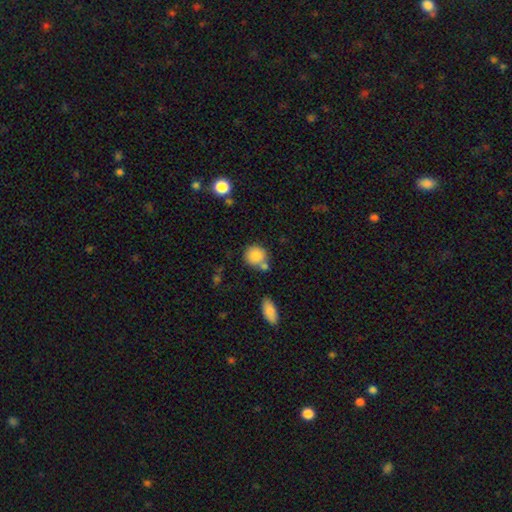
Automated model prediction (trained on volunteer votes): smooth_or_featured: smooth (p=0.84) [alt: star or artifact p=0.09]
how_rounded: round (p=0.86) [alt: in between p=0.13]
merging: none (p=0.64) [alt: merger p=0.20]